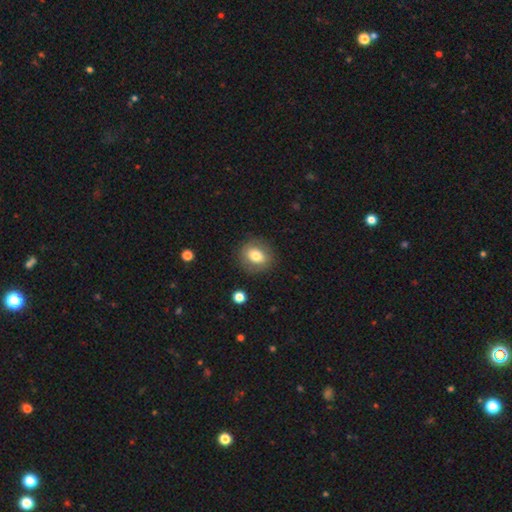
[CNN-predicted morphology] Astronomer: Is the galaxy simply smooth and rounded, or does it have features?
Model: smooth — 76%.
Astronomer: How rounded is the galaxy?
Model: round — 60% (runner-up: in between, 38%).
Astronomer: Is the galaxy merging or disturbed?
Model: none — 86%.